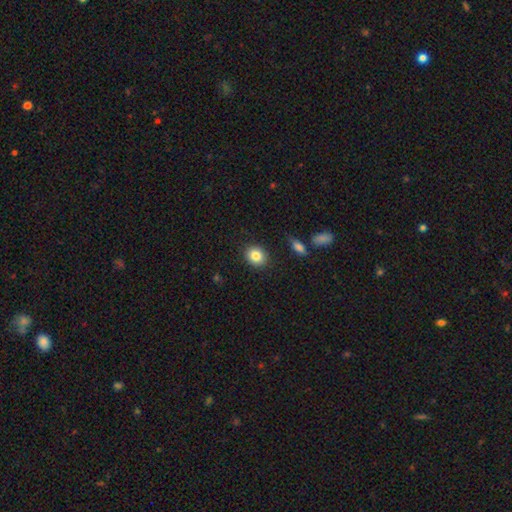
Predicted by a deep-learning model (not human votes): A smooth galaxy with no disk features (84%) that is round (63%). Merging: none (88%).